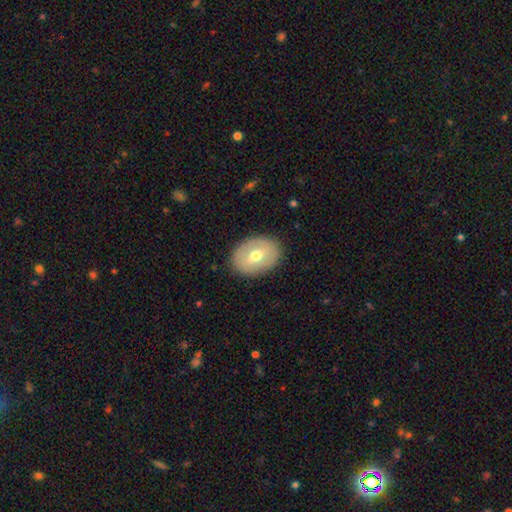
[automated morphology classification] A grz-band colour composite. It shows a smooth galaxy with no disk features (60%) that is in between round and cigar-shaped (69%). Merging: none (87%).